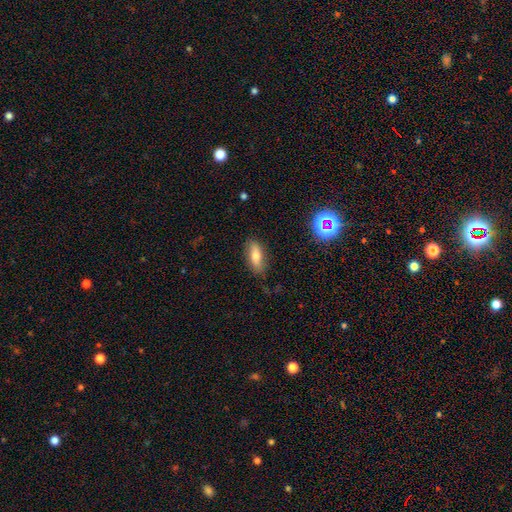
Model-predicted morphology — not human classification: This is likely a smooth galaxy (71%). How rounded: likely in between (77%). Merging: clearly none (82%).